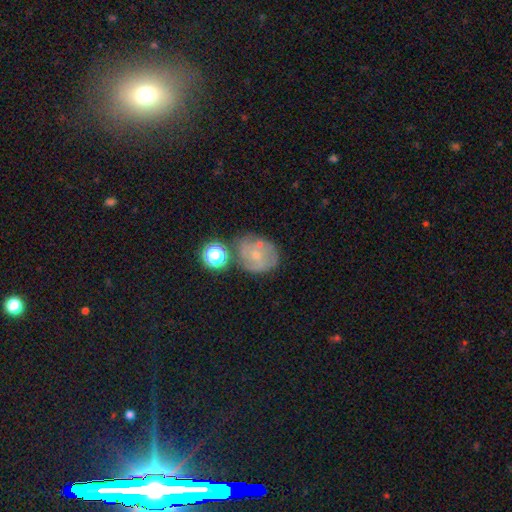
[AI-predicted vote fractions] Q: Smooth or featured?
A: featured or disk (55%); runner-up: smooth (31%)
Q: Edge-on disk?
A: no (97%); runner-up: yes (3%)
Q: Bar?
A: no (73%); runner-up: weak (22%)
Q: Spiral arms?
A: yes (68%); runner-up: no (32%)
Q: Bulge size?
A: small (72%); runner-up: moderate (22%)
Q: Merging?
A: none (56%); runner-up: minor disturbance (20%)